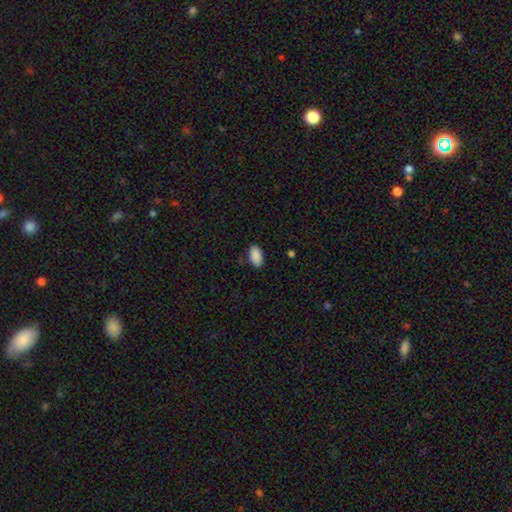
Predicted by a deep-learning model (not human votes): smooth-or-featured: smooth: 90% | star or artifact: 7% | featured or disk: 3%
  how-rounded: in between: 94% | round: 3% | cigar-shaped: 3%
  merging: none: 85% | minor disturbance: 11% | major disturbance: 3% | merger: 1%